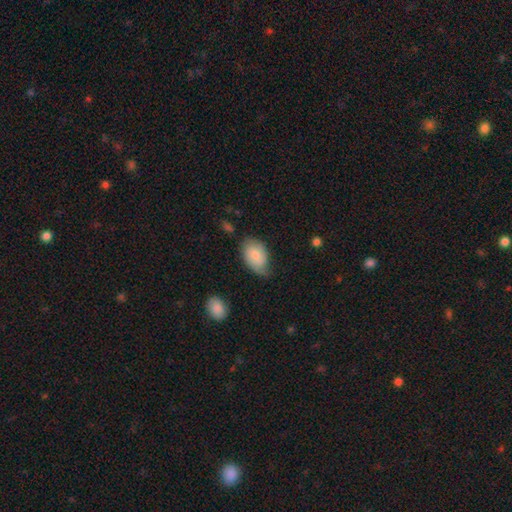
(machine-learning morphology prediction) Smooth or featured? smooth (69%)
How rounded? in between (88%)
Merging? none (48%)